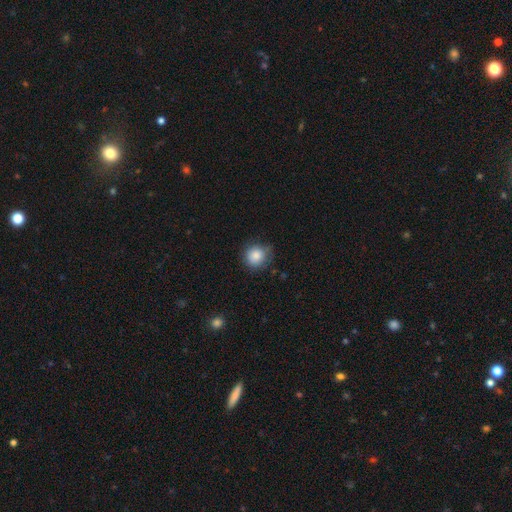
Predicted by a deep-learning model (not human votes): Smooth or featured?
  - smooth: 85% *
  - star or artifact: 9%
  - featured or disk: 7%
How rounded?
  - round: 87% *
  - in between: 12%
  - cigar-shaped: 1%
Merging?
  - none: 72% *
  - minor disturbance: 22%
  - major disturbance: 5%
  - merger: 1%